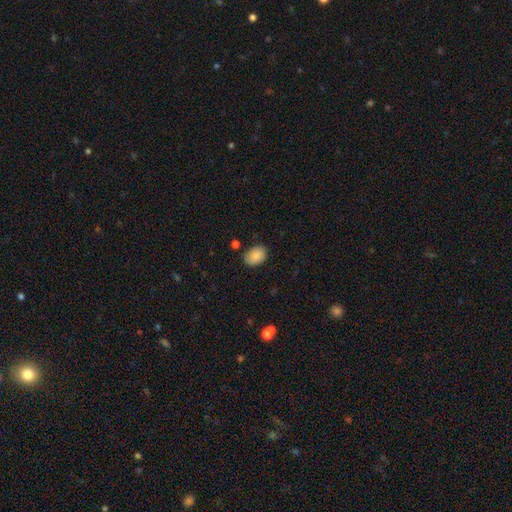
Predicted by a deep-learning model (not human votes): This appears to be a smooth galaxy with no disk features (88%) that is in between round and cigar-shaped (79%). Merging: none (81%).